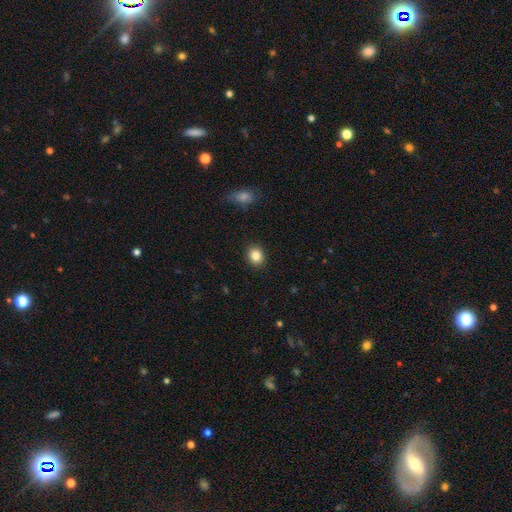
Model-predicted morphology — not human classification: Q: Smooth or featured?
A: smooth (85%); runner-up: star or artifact (10%)
Q: How rounded?
A: round (62%); runner-up: in between (37%)
Q: Merging?
A: none (90%); runner-up: minor disturbance (7%)